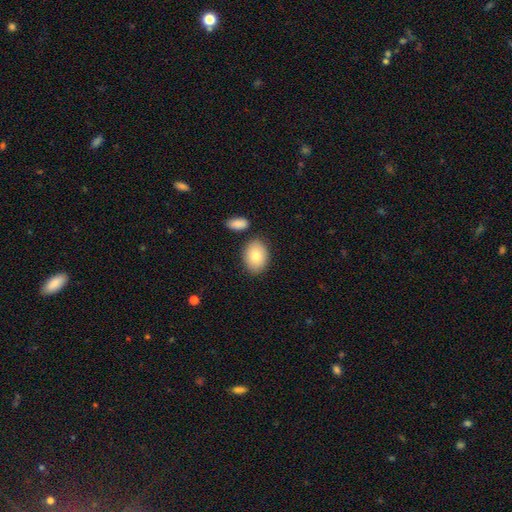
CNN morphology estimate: A smooth galaxy with no disk features (83%) that is in between round and cigar-shaped (81%). Merging: none (80%).